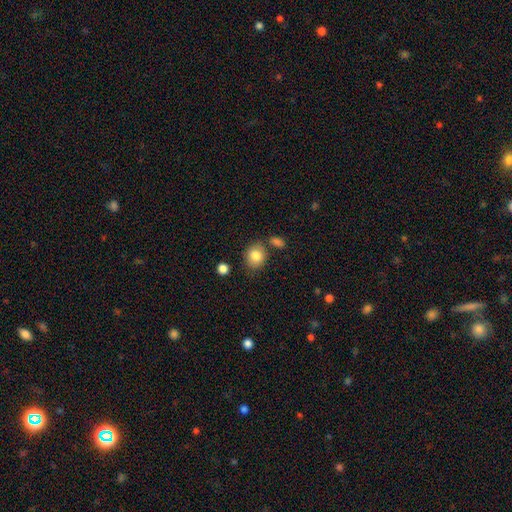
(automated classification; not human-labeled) Morphology: type=smooth (84%); roundness=round (65%); merging=none (72%).